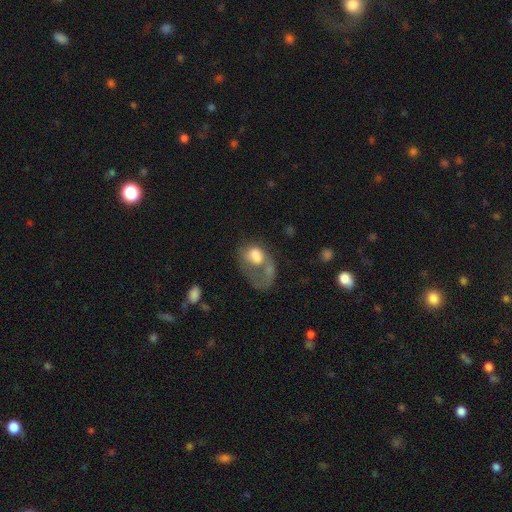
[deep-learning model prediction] A smooth galaxy with no disk features (49%). Merging: major disturbance (56%).